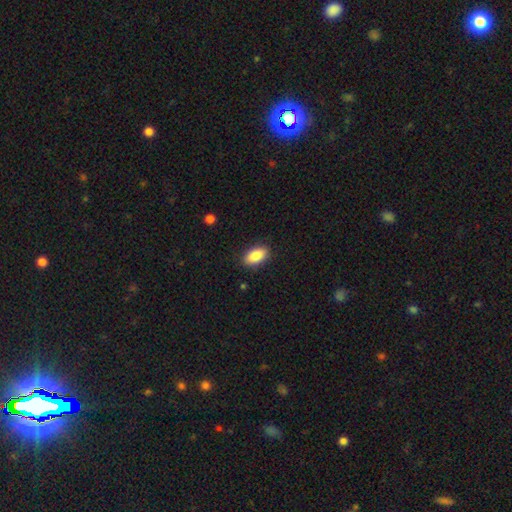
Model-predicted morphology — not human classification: smooth-or-featured: smooth: 87% | star or artifact: 7% | featured or disk: 6%
  how-rounded: in between: 92% | cigar-shaped: 4% | round: 4%
  merging: none: 88% | minor disturbance: 9% | major disturbance: 2% | merger: 1%